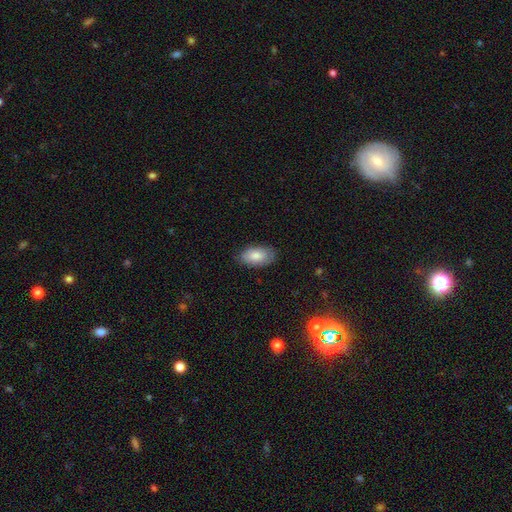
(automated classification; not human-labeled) This appears to be a smooth galaxy with no disk features (82%) that is in between round and cigar-shaped (94%). Merging: none (81%).